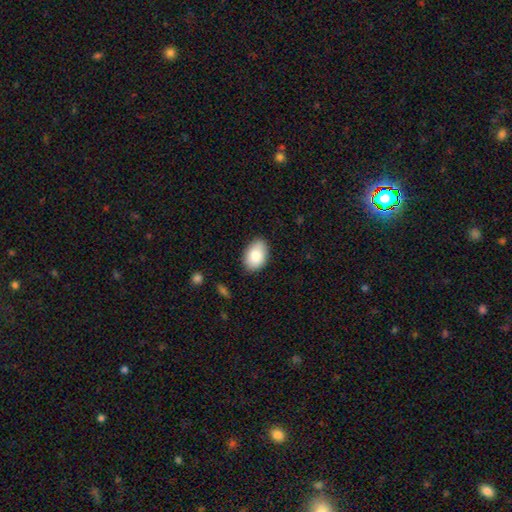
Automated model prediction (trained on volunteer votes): This is clearly a smooth galaxy (85%). How rounded: clearly in between (87%). Merging: clearly none (85%).